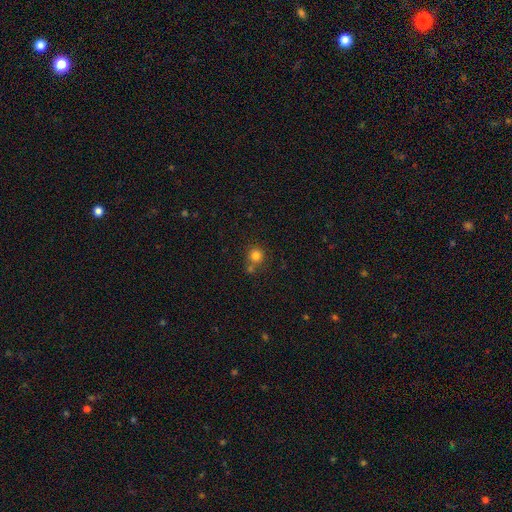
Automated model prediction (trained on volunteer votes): Q: Smooth or featured?
A: smooth (80%); runner-up: star or artifact (13%)
Q: How rounded?
A: round (91%); runner-up: in between (8%)
Q: Merging?
A: none (63%); runner-up: merger (24%)